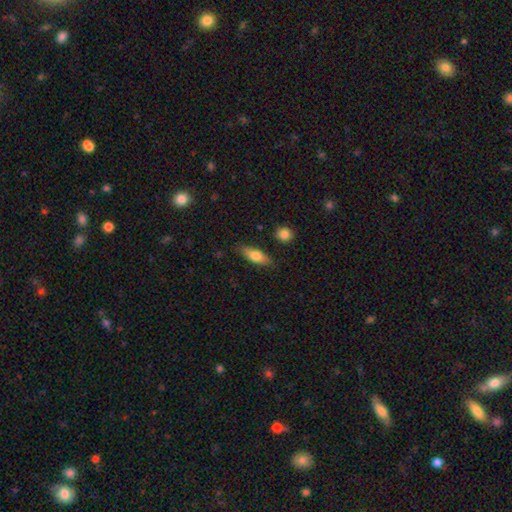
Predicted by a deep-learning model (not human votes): Morphology: type=smooth (72%); roundness=in between (64%); merging=none (81%).